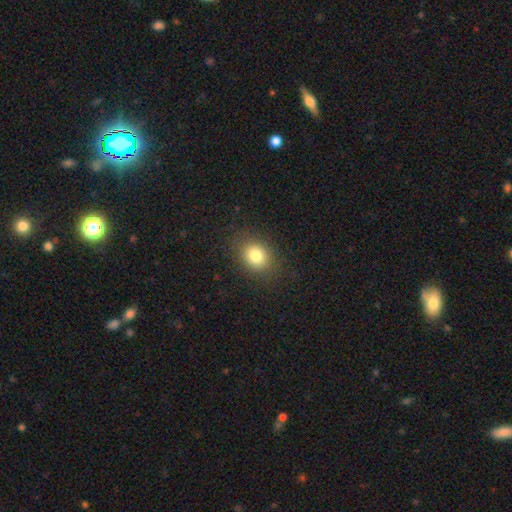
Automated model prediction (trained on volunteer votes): Q: Smooth or featured?
A: smooth (81%); runner-up: star or artifact (12%)
Q: How rounded?
A: round (59%); runner-up: in between (40%)
Q: Merging?
A: none (86%); runner-up: minor disturbance (9%)